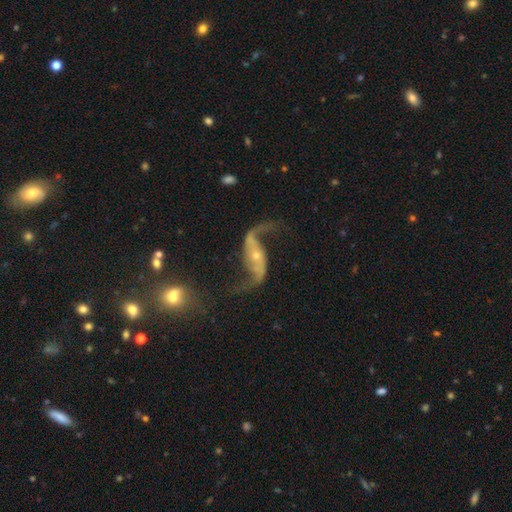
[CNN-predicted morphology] Smooth or featured?
  - featured or disk: 90% *
  - star or artifact: 5%
  - smooth: 4%
Edge-on disk?
  - no: 95% *
  - yes: 5%
Bar?
  - no: 49% *
  - weak: 28%
  - strong: 23%
Spiral arms?
  - yes: 96% *
  - no: 4%
Spiral winding?
  - loose: 91% *
  - medium: 7%
  - tight: 2%
Spiral arm count?
  - 2: 94% *
  - 1: 2%
  - can't tell: 1%
  - 3: 1%
  - 4: 1%
  - more than 4: 1%
Bulge size?
  - small: 67% *
  - moderate: 26%
  - none: 3%
  - large: 2%
  - dominant: 1%
Merging?
  - none: 67% *
  - minor disturbance: 15%
  - major disturbance: 13%
  - merger: 5%